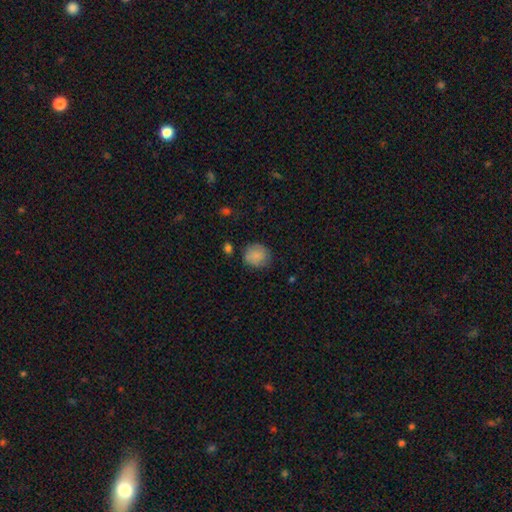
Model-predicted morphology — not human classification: This appears to be a smooth galaxy with no disk features (85%) that is round (83%). Merging: none (77%).